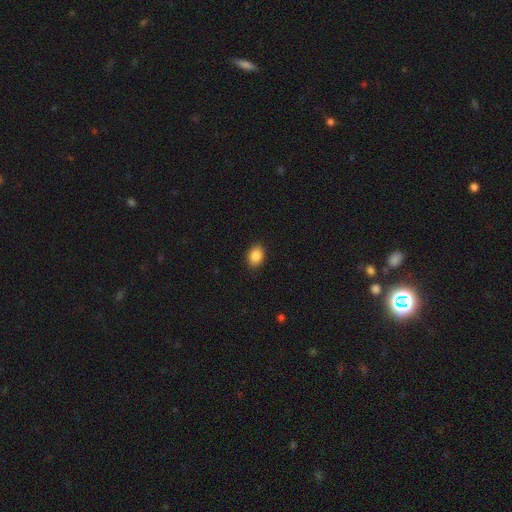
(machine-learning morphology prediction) Q: Smooth or featured?
A: smooth (88%); runner-up: star or artifact (8%)
Q: How rounded?
A: in between (76%); runner-up: round (23%)
Q: Merging?
A: none (89%); runner-up: minor disturbance (8%)